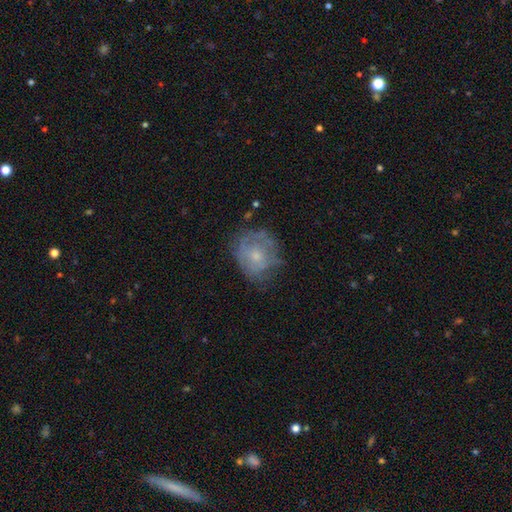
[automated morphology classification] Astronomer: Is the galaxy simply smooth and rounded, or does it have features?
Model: featured or disk — 52% (runner-up: smooth, 39%).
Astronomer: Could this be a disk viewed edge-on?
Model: no — 97%.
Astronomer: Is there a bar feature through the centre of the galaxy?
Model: no — 86%.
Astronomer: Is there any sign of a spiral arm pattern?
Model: no — 57% (runner-up: yes, 43%).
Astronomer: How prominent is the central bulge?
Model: small — 52% (runner-up: moderate, 40%).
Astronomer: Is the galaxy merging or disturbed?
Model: none — 59%.